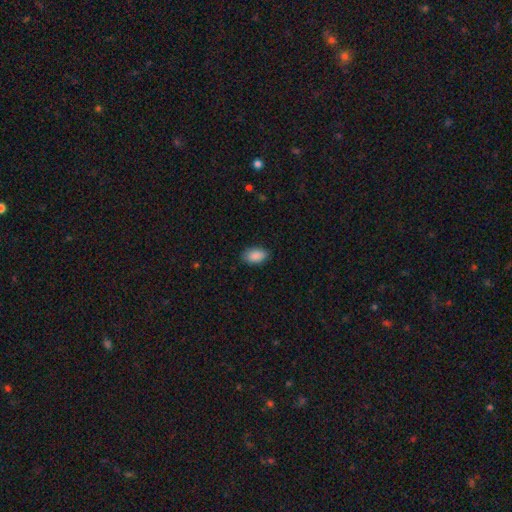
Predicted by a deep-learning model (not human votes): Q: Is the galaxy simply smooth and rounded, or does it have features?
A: smooth — 90%.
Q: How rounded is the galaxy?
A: in between — 93%.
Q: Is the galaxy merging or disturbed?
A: none — 86%.